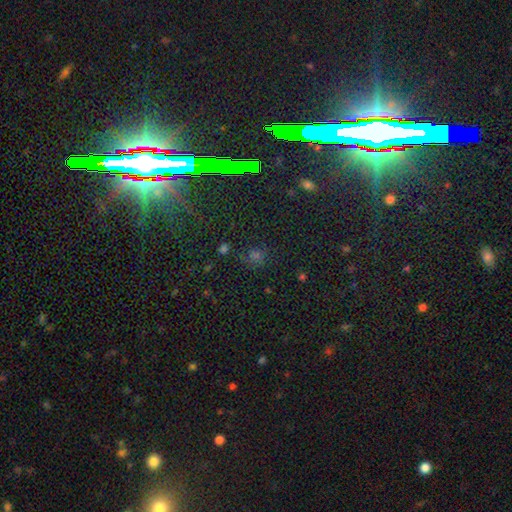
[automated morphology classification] Smooth or featured? Predicted: star or artifact (p=0.59).